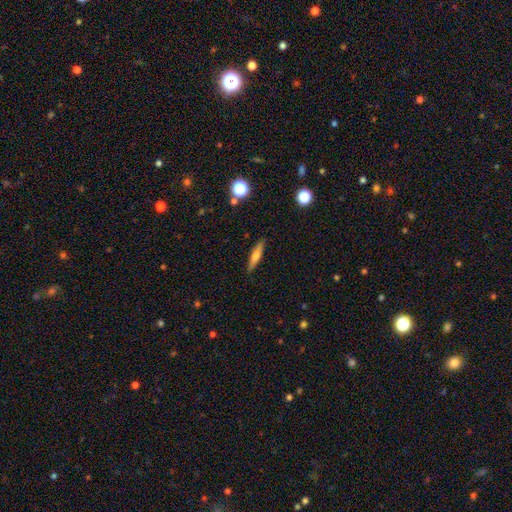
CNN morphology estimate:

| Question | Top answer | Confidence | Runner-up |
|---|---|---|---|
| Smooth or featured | smooth | 59% | featured or disk (34%) |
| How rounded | cigar-shaped | 83% | in between (15%) |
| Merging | none | 88% | minor disturbance (9%) |